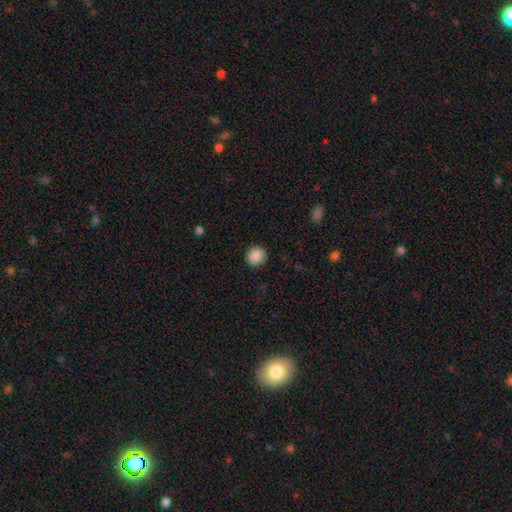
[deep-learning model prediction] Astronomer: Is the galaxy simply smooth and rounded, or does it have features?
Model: smooth — 87%.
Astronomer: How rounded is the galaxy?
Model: round — 84%.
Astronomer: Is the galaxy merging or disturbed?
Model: none — 89%.